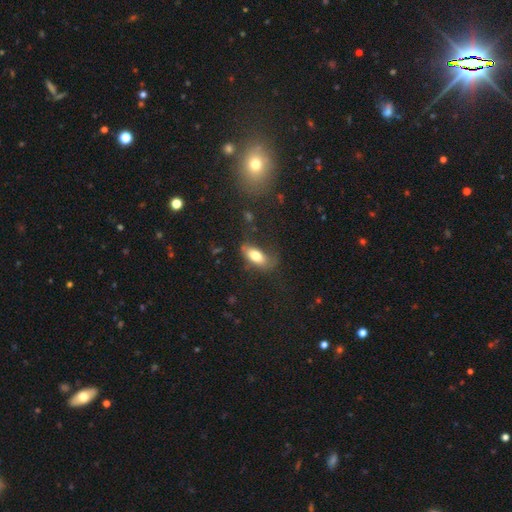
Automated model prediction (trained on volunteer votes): Smooth or featured? Predicted: smooth (p=0.76). How rounded? Predicted: in between (p=0.85). Merging? Predicted: none (p=0.51).